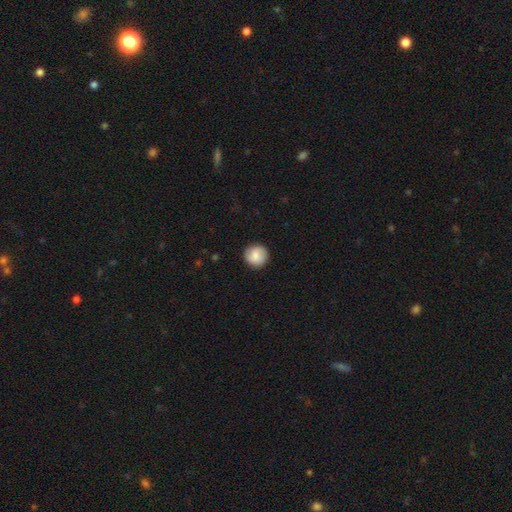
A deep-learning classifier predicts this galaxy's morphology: Smooth or featured: smooth — 83% (featured or disk — 10%)
How rounded: round — 94% (in between — 5%)
Merging: none — 89% (minor disturbance — 8%)